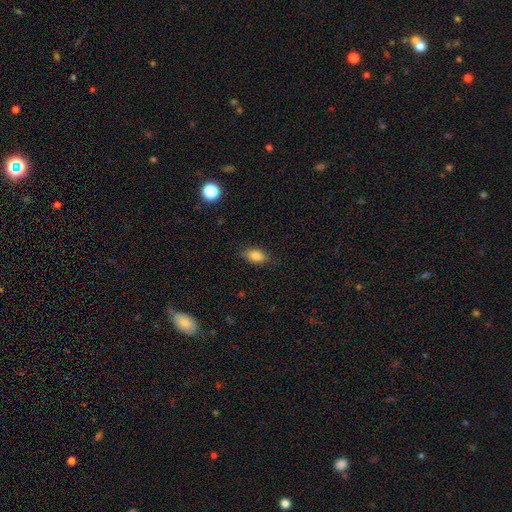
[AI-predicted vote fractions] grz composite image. It shows a smooth galaxy with no disk features (83%) that is in between round and cigar-shaped (86%). Merging: none (84%).